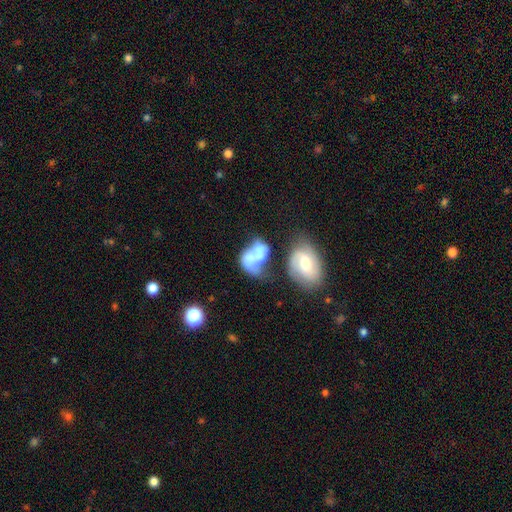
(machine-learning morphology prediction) Overall: smooth (47%; featured or disk 44%). Merging: merger (52%; major disturbance 22%).